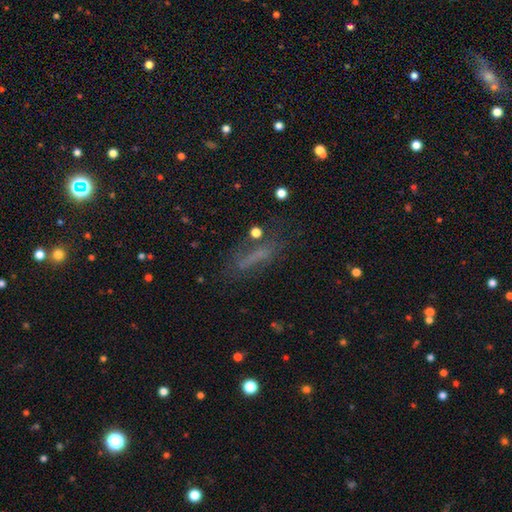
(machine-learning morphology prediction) This is possibly a smooth galaxy (52%). How rounded: likely cigar-shaped (71%). Merging: likely none (63%).